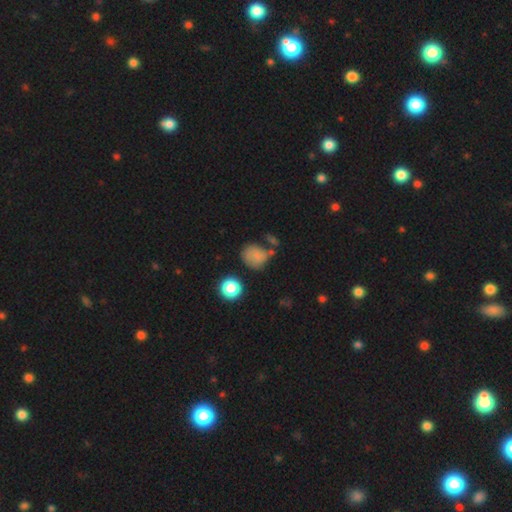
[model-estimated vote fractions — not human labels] smooth_or_featured: smooth (p=0.77) [alt: star or artifact p=0.13]
how_rounded: round (p=0.69) [alt: in between p=0.29]
merging: none (p=0.54) [alt: minor disturbance p=0.24]